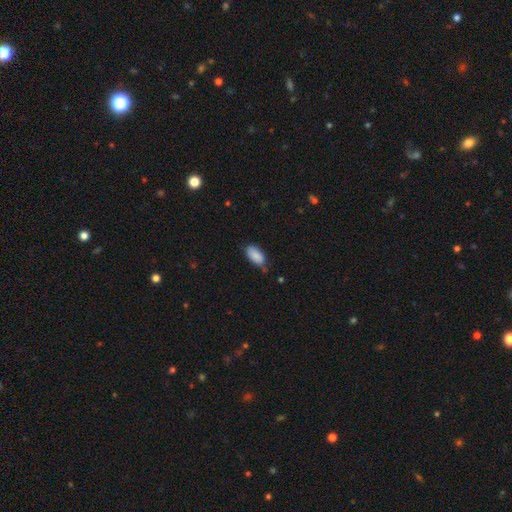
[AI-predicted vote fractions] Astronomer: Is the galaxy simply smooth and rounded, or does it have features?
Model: smooth — 88%.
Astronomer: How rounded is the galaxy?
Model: in between — 93%.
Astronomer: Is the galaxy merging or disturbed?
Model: none — 63%.